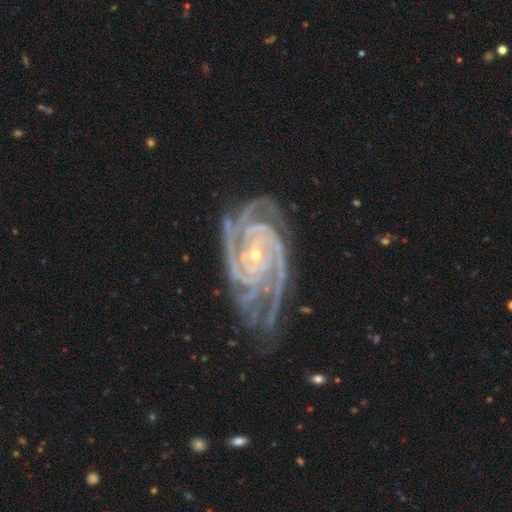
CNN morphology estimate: Smooth or featured: featured or disk — 93% (star or artifact — 4%)
Edge-on disk: no — 97% (yes — 3%)
Bar: no — 62% (weak — 24%)
Spiral arms: yes — 99% (no — 1%)
Spiral winding: tight — 77% (medium — 21%)
Spiral arm count: 4 — 29% (3 — 24%)
Bulge size: small — 83% (moderate — 14%)
Merging: none — 68% (minor disturbance — 21%)